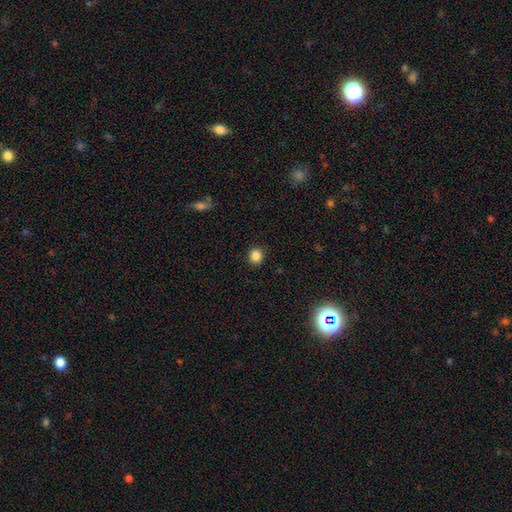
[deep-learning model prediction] Overall: smooth (85%). How rounded: round (80%). Merging: none (91%).